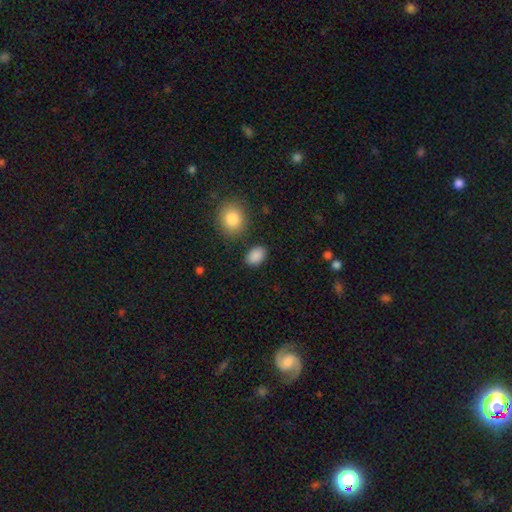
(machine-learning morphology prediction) Smooth or featured: smooth — 89% (star or artifact — 8%)
How rounded: in between — 81% (round — 18%)
Merging: none — 84% (minor disturbance — 10%)